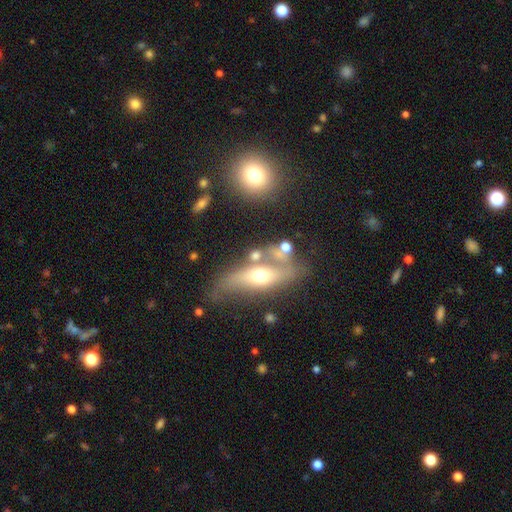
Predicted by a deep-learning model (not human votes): featured or disk 45%, smooth 44%, star or artifact 11%. Down the decision tree: merging — none (45%).